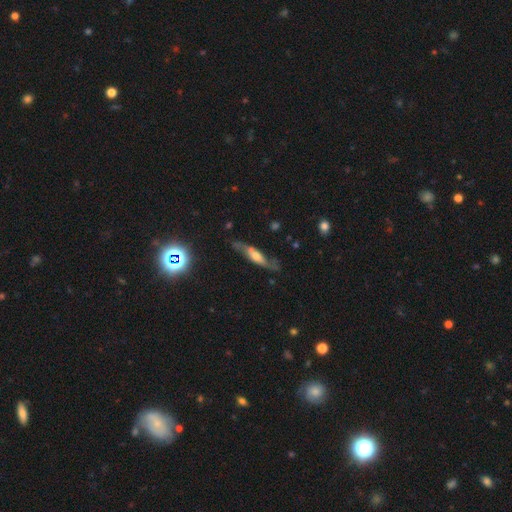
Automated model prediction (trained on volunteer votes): Smooth or featured: featured or disk — 67% (smooth — 24%)
Edge-on disk: yes — 53% (no — 47%)
Merging: none — 71% (minor disturbance — 19%)